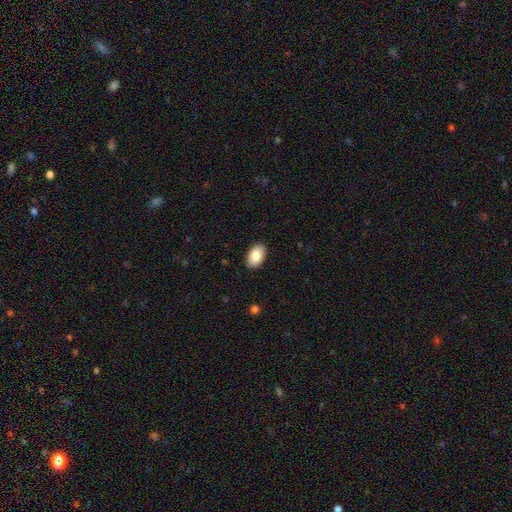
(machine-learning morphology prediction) Smooth or featured? smooth (86%)
How rounded? in between (93%)
Merging? none (90%)